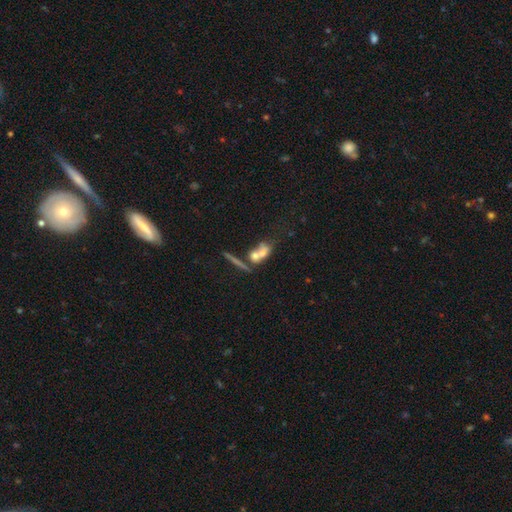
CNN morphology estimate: This appears to be a smooth galaxy with no disk features (55%) that is in between round and cigar-shaped (58%). Merging: merger (55%).